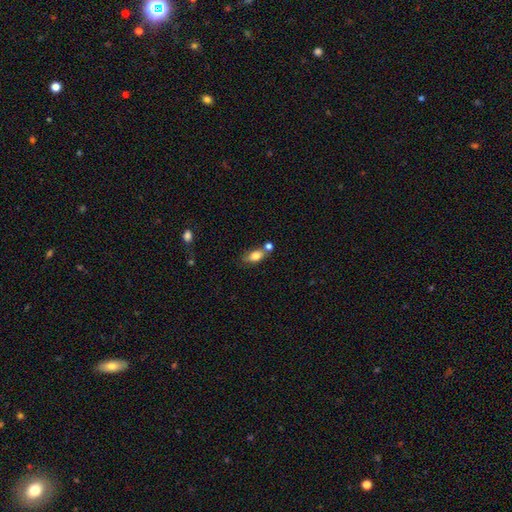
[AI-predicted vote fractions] Morphology: type=smooth (79%); roundness=in between (83%); merging=none (51%).